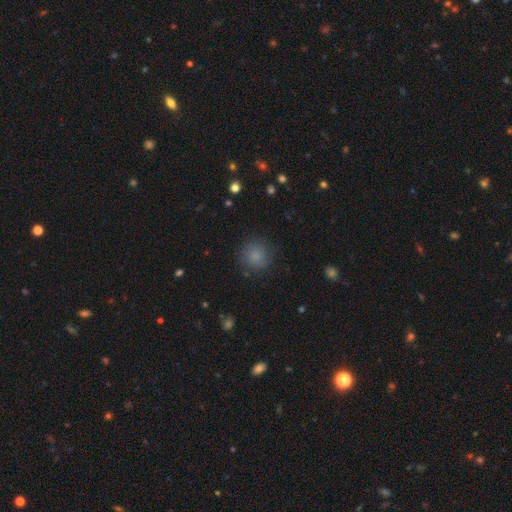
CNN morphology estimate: type=smooth (83%); roundness=round (92%); merging=none (84%).